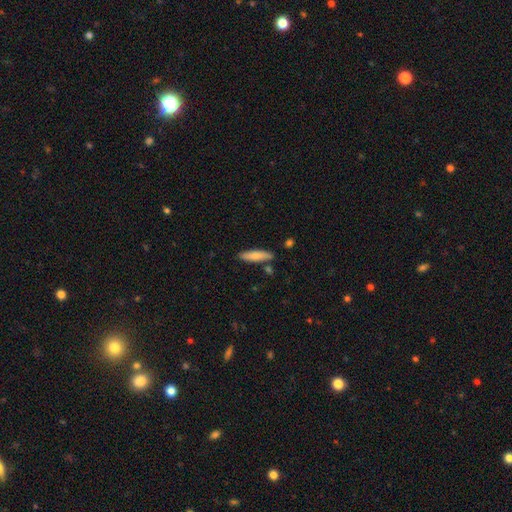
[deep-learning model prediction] Q: Smooth or featured?
A: smooth (78%); runner-up: featured or disk (16%)
Q: How rounded?
A: cigar-shaped (75%); runner-up: in between (24%)
Q: Merging?
A: none (82%); runner-up: minor disturbance (11%)